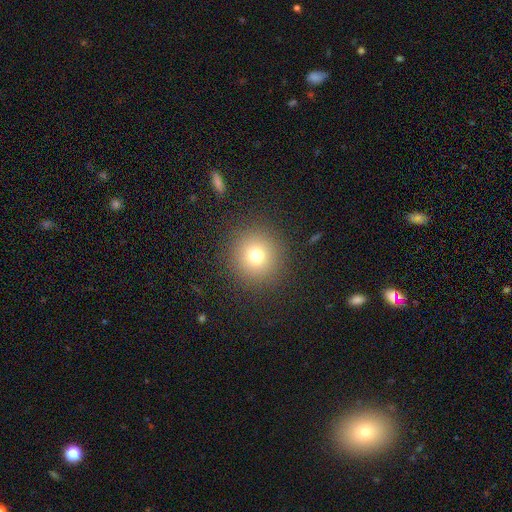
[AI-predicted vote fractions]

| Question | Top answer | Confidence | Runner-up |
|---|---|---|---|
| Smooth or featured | smooth | 76% | star or artifact (15%) |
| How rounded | round | 94% | in between (5%) |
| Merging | none | 90% | minor disturbance (6%) |